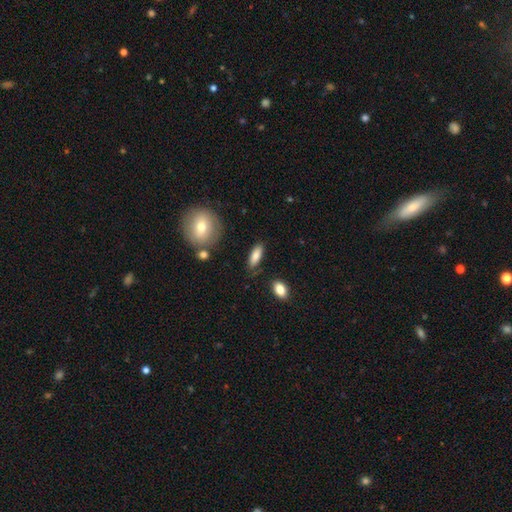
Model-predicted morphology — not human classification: Smooth or featured? smooth (83%)
How rounded? in between (67%)
Merging? none (82%)